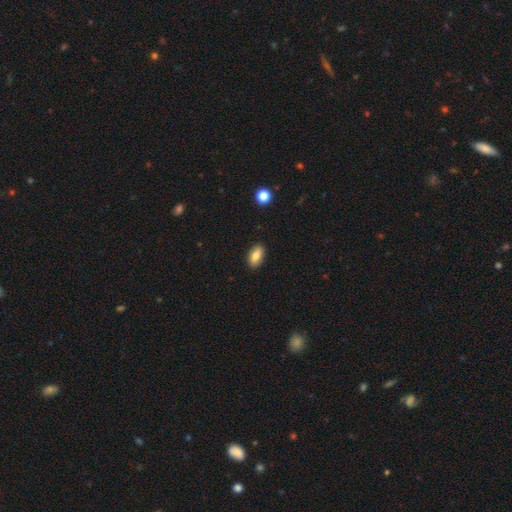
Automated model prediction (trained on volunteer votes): Overall: smooth (81%). How rounded: in between (90%). Merging: none (89%).